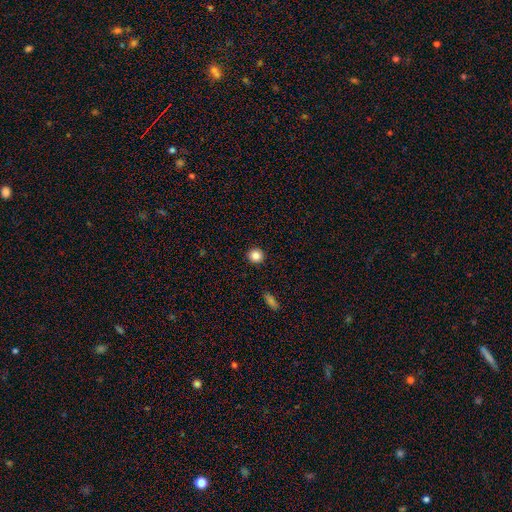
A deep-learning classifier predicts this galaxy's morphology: Overall: smooth (86%). How rounded: round (93%). Merging: none (93%).